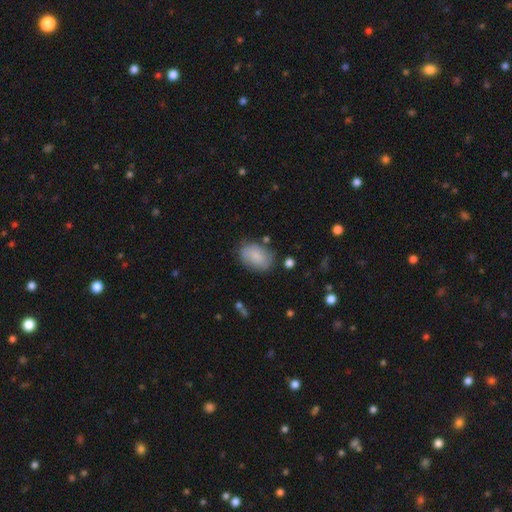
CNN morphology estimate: A smooth galaxy with no disk features (82%) that is in between round and cigar-shaped (83%).

Vote fractions:
- Smooth or featured? smooth: 82% / featured or disk: 11% / star or artifact: 7%
- How rounded? in between: 83% / round: 15% / cigar-shaped: 1%
- Merging? none: 74% / minor disturbance: 18% / major disturbance: 5% / merger: 3%